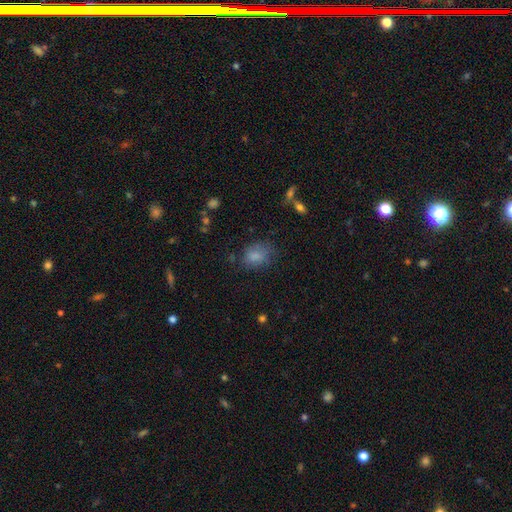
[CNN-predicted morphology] A smooth galaxy with no disk features (81%) that is in between round and cigar-shaped (70%).

Vote fractions:
- Smooth or featured? smooth: 81% / star or artifact: 11% / featured or disk: 9%
- How rounded? in between: 70% / round: 29% / cigar-shaped: 1%
- Merging? none: 63% / minor disturbance: 24% / major disturbance: 11% / merger: 2%